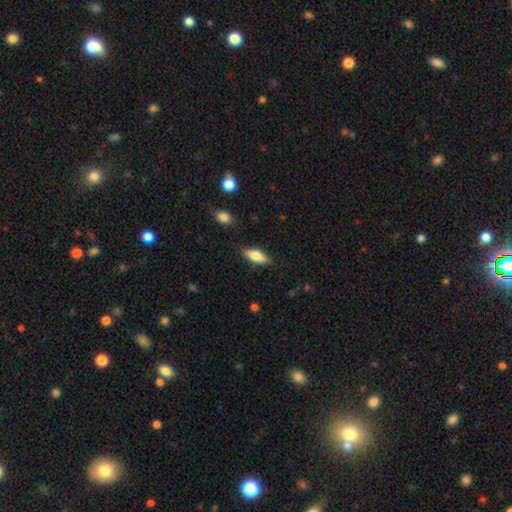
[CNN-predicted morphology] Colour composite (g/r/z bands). It shows a smooth galaxy with no disk features (68%) that is in between round and cigar-shaped (70%). Merging: none (84%).